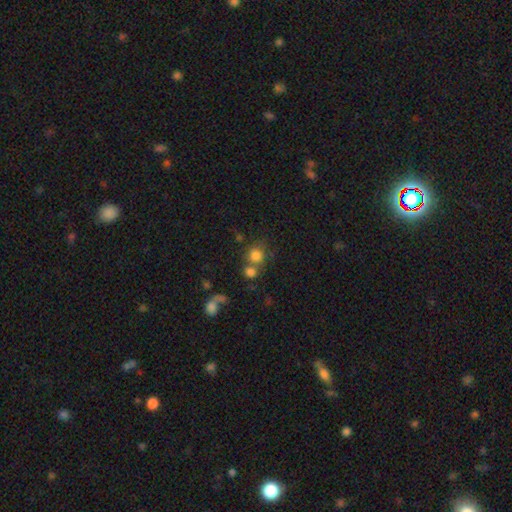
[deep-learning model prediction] Smooth or featured?
  - smooth: 78% *
  - star or artifact: 12%
  - featured or disk: 10%
How rounded?
  - round: 86% *
  - in between: 12%
  - cigar-shaped: 1%
Merging?
  - none: 50% *
  - merger: 34%
  - minor disturbance: 9%
  - major disturbance: 7%